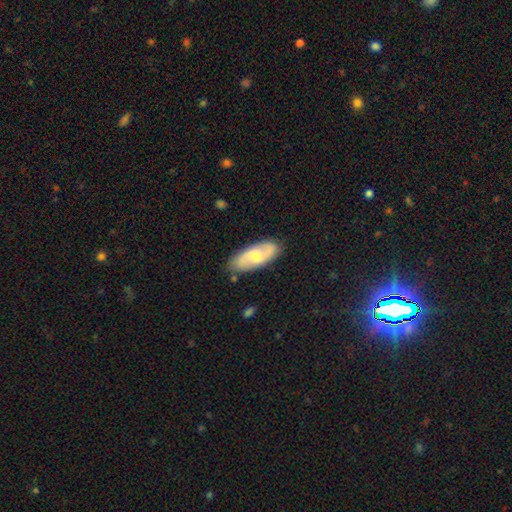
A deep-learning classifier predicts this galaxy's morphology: This is possibly a featured or disk galaxy (58%). It is clearly not viewed edge-on (88%). Bar: possibly no (45%, tied with weak). Spiral arm pattern: clearly yes (82%). Central bulge: likely moderate (64%). Merging: clearly none (84%).